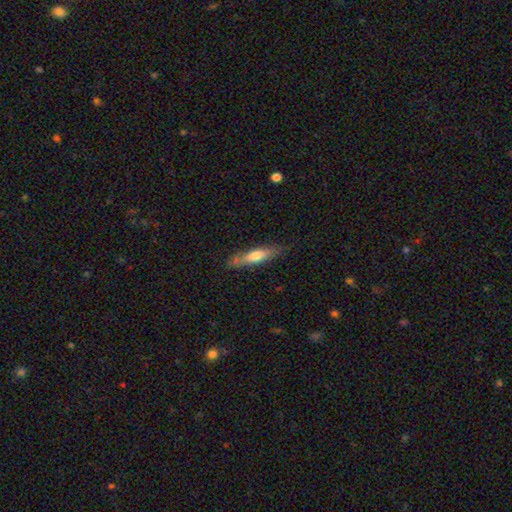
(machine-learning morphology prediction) A smooth galaxy with no disk features (60%) that is cigar-shaped (74%). Merging: none (74%).